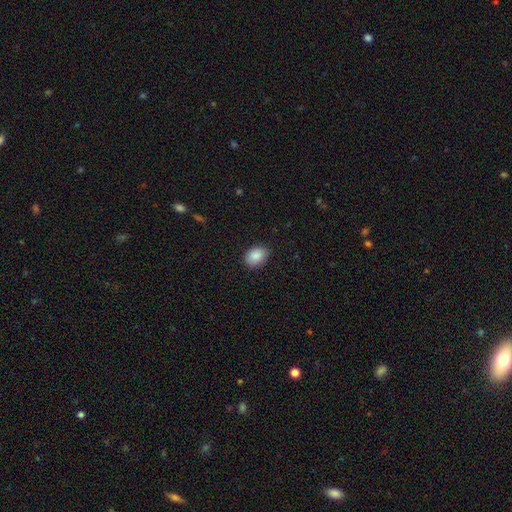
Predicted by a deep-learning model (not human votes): Smooth or featured? Predicted: smooth (p=0.88). How rounded? Predicted: in between (p=0.76). Merging? Predicted: none (p=0.84).